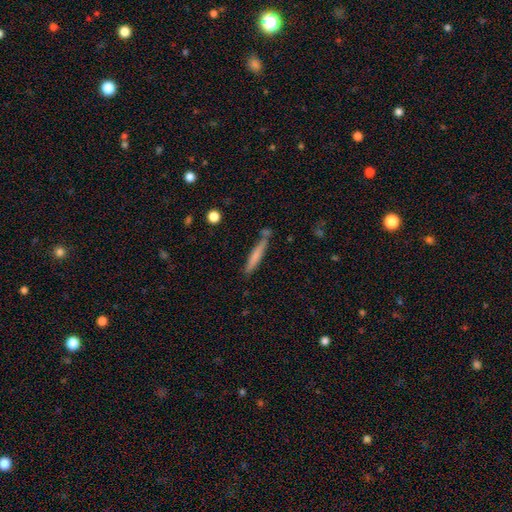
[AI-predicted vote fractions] Smooth or featured: smooth — 69% (featured or disk — 25%)
How rounded: cigar-shaped — 94% (in between — 4%)
Merging: none — 74% (minor disturbance — 14%)